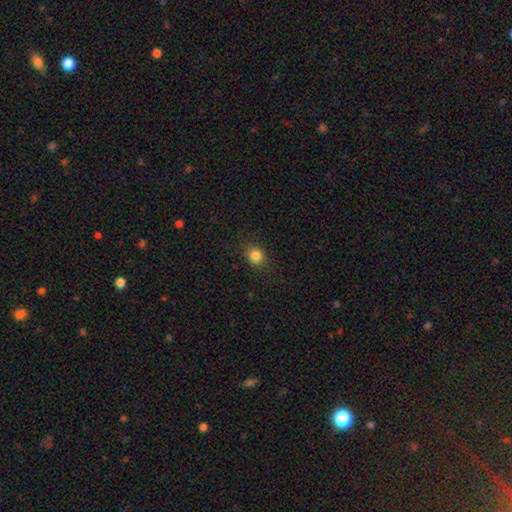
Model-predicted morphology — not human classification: Smooth or featured: smooth — 82% (star or artifact — 12%)
How rounded: round — 79% (in between — 20%)
Merging: none — 86% (minor disturbance — 10%)